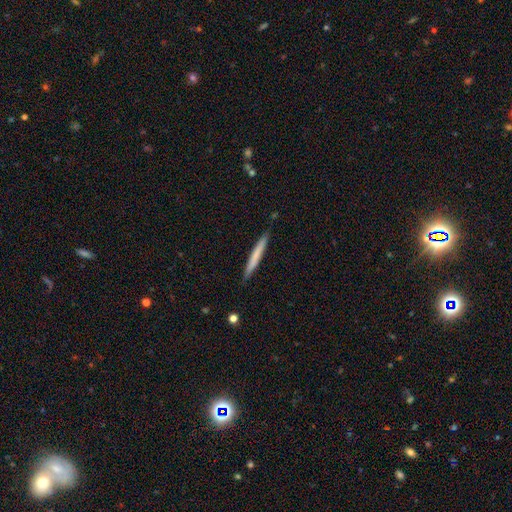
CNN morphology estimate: Smooth or featured: smooth — 66% (featured or disk — 29%)
How rounded: cigar-shaped — 97% (in between — 2%)
Merging: none — 89% (minor disturbance — 8%)